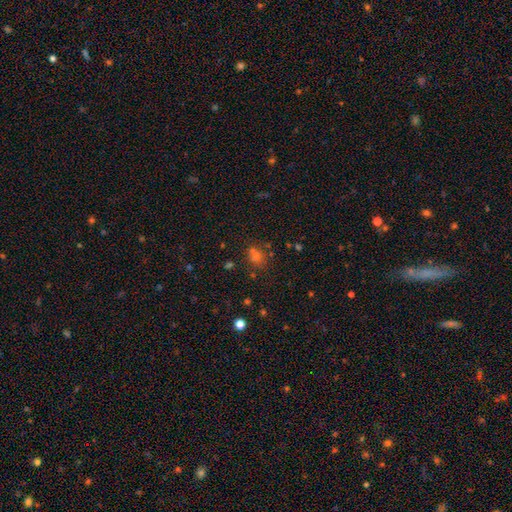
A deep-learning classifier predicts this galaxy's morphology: Q: Smooth or featured?
A: smooth (53%); runner-up: star or artifact (37%)
Q: How rounded?
A: round (74%); runner-up: in between (25%)
Q: Merging?
A: none (66%); runner-up: merger (17%)